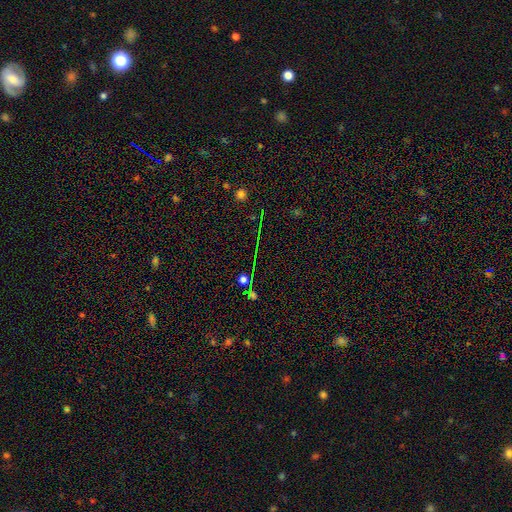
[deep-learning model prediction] smooth_or_featured: star or artifact (p=0.70) [alt: smooth p=0.15]